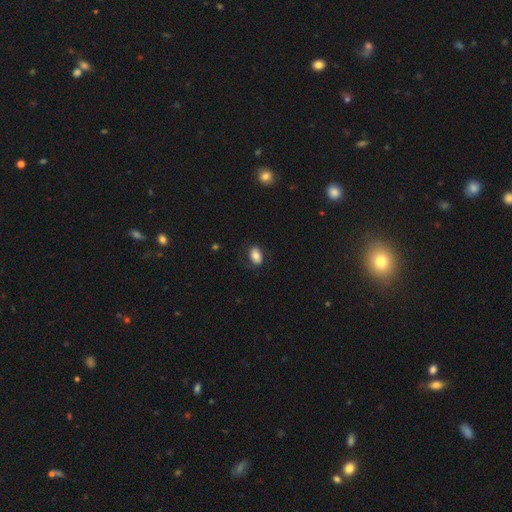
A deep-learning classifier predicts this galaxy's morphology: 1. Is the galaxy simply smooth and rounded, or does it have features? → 80% smooth, 12% featured or disk, 8% star or artifact.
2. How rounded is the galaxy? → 88% in between, 11% round, 1% cigar-shaped.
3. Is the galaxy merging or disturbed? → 78% none, 16% minor disturbance, 5% major disturbance, 1% merger.